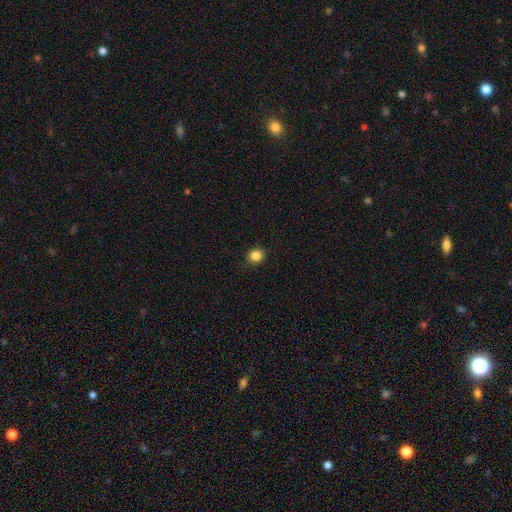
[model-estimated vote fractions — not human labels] smooth-or-featured: smooth: 85% | star or artifact: 11% | featured or disk: 4%
  how-rounded: round: 85% | in between: 14% | cigar-shaped: 1%
  merging: none: 89% | minor disturbance: 8% | major disturbance: 2% | merger: 1%